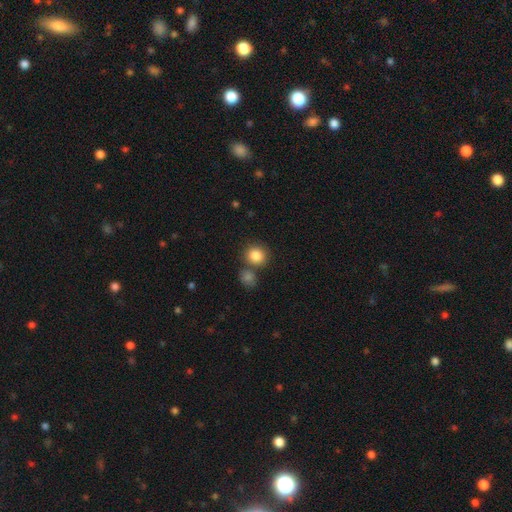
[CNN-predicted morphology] Smooth or featured: smooth — 85% (star or artifact — 10%)
How rounded: round — 84% (in between — 15%)
Merging: none — 66% (merger — 22%)